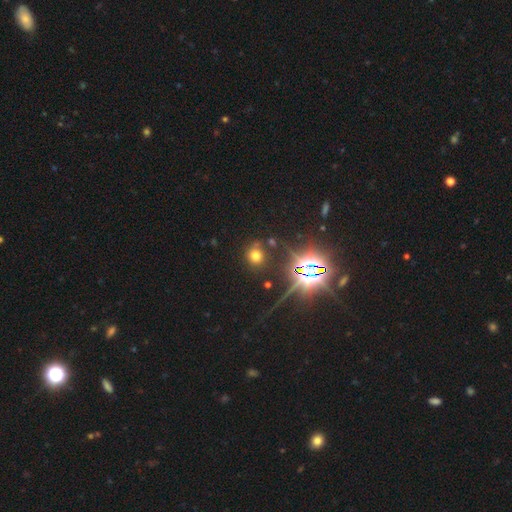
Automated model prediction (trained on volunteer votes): This appears to be a smooth galaxy with no disk features (59%) that is round (82%). Merging: none (78%).